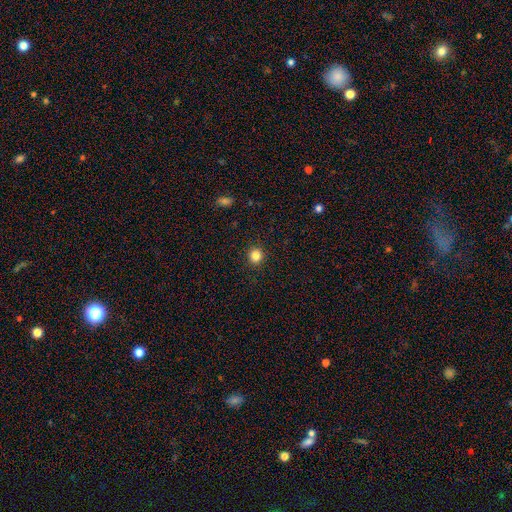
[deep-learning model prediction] smooth_or_featured: smooth (p=0.84) [alt: star or artifact p=0.11]
how_rounded: round (p=0.88) [alt: in between p=0.11]
merging: none (p=0.91) [alt: minor disturbance p=0.06]